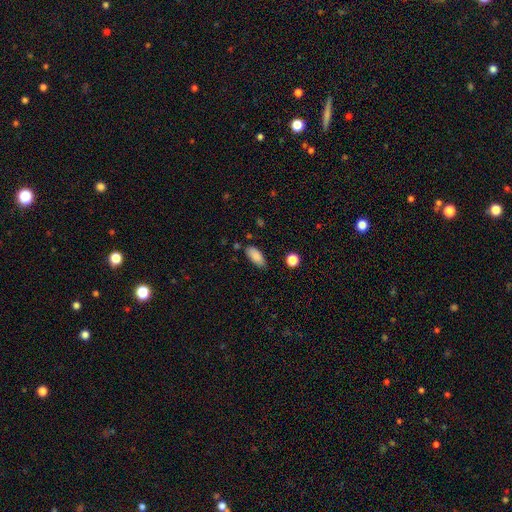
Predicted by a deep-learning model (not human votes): smooth_or_featured: smooth (p=0.87) [alt: star or artifact p=0.08]
how_rounded: in between (p=0.87) [alt: cigar-shaped p=0.11]
merging: none (p=0.79) [alt: minor disturbance p=0.15]